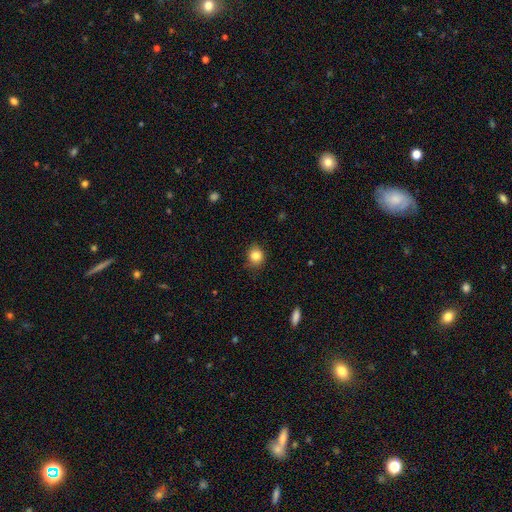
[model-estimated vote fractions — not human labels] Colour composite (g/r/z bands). It shows a smooth galaxy with no disk features (84%) that is round (76%). Merging: none (82%).